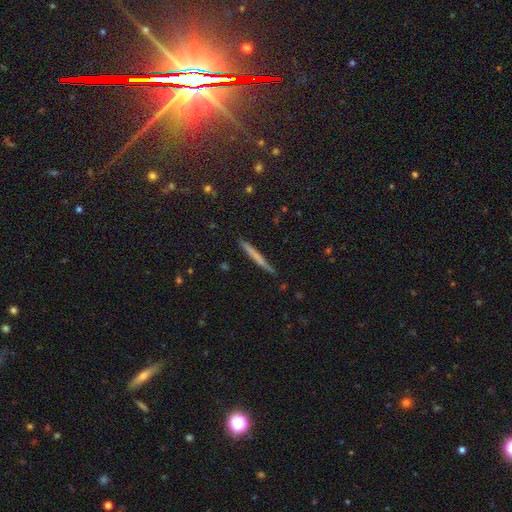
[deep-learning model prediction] A smooth galaxy with no disk features (58%) that is cigar-shaped (97%). Merging: none (90%).